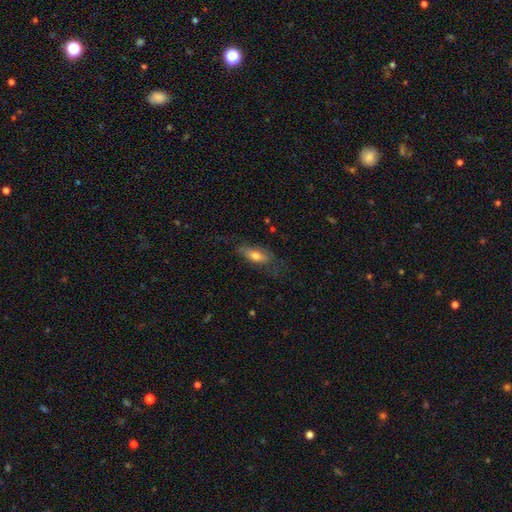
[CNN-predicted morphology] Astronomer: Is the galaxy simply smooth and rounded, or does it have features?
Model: smooth — 67%.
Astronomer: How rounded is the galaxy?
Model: in between — 70%.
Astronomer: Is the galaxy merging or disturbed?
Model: none — 61%.